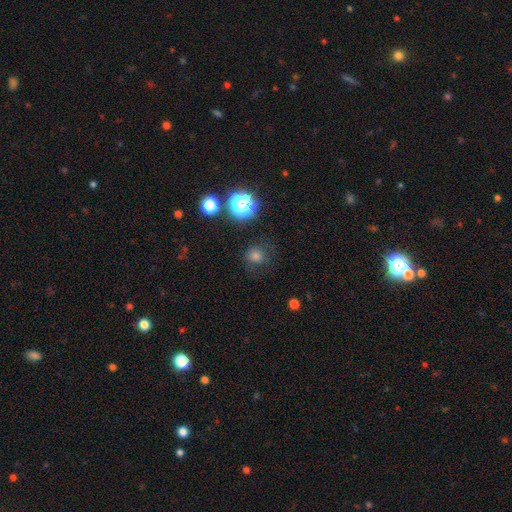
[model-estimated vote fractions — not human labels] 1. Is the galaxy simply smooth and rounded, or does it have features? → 69% smooth, 23% star or artifact, 7% featured or disk.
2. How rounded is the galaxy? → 89% round, 10% in between, 1% cigar-shaped.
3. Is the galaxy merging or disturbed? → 77% none, 14% minor disturbance, 7% major disturbance, 2% merger.